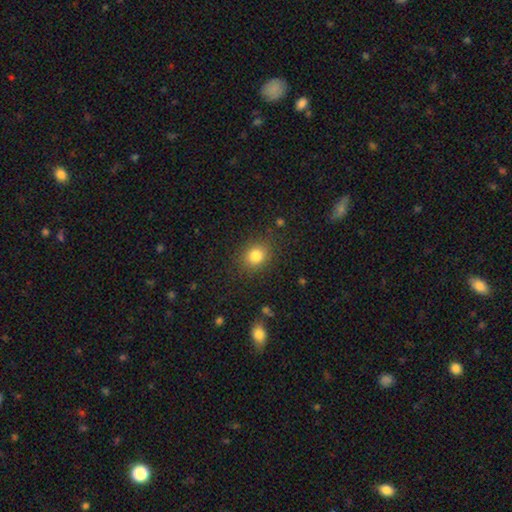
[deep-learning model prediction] smooth_or_featured: smooth (p=0.82) [alt: star or artifact p=0.11]
how_rounded: round (p=0.64) [alt: in between p=0.35]
merging: none (p=0.85) [alt: minor disturbance p=0.10]